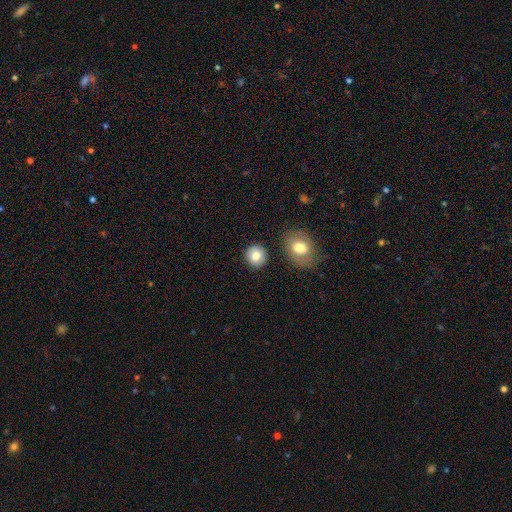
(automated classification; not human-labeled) Overall: smooth (81%). How rounded: round (88%). Merging: none (85%).